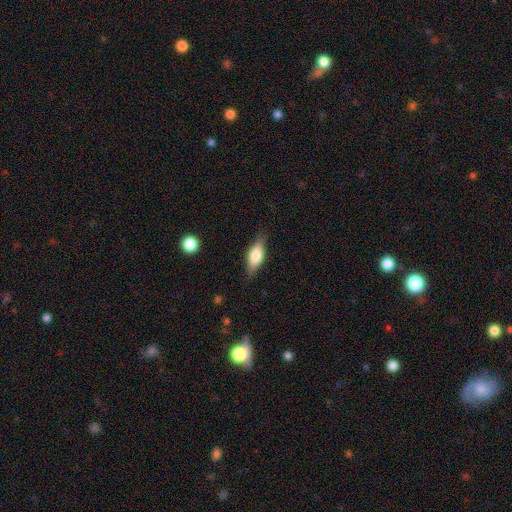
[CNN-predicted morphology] Overall: smooth (61%; featured or disk 32%). How rounded: in between (72%). Merging: none (80%).